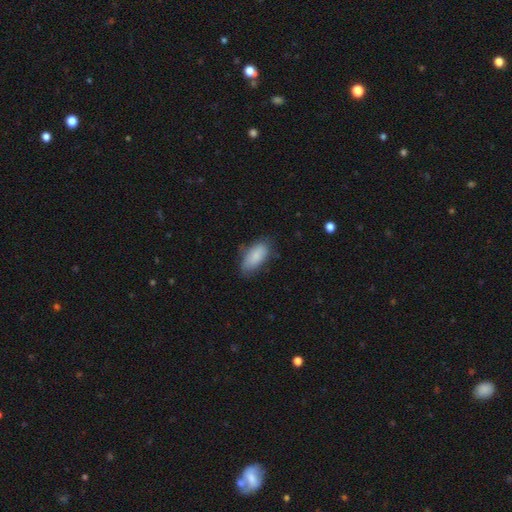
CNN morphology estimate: A smooth galaxy with no disk features (85%) that is in between round and cigar-shaped (90%). Merging: none (70%).